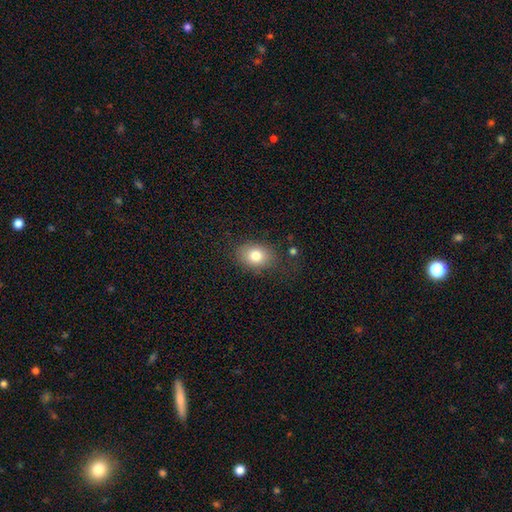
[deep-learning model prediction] smooth 79%, featured or disk 11%, star or artifact 9%. Down the decision tree: how rounded — in between (64%); merging — none (77%).